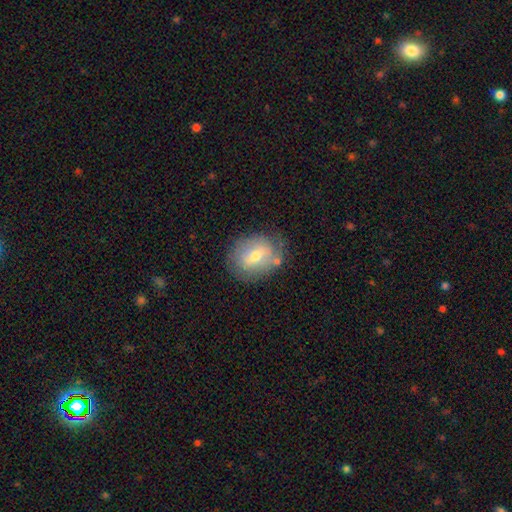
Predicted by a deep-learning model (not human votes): Smooth or featured?
  - smooth: 56% *
  - featured or disk: 36%
  - star or artifact: 8%
How rounded?
  - round: 52% *
  - in between: 47%
  - cigar-shaped: 1%
Merging?
  - none: 70% *
  - minor disturbance: 19%
  - major disturbance: 6%
  - merger: 5%